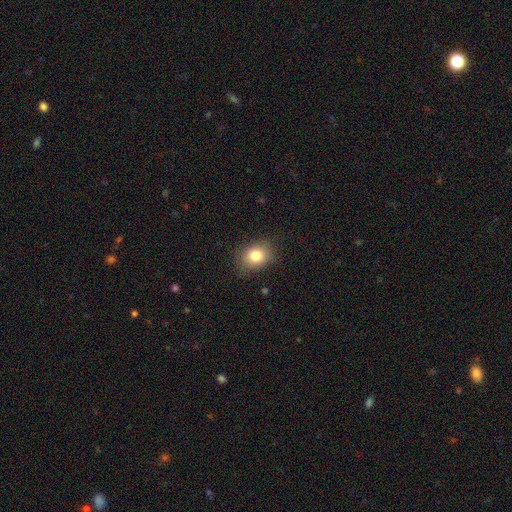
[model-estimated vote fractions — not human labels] This appears to be a smooth galaxy with no disk features (81%) that is in between round and cigar-shaped (53%). Merging: none (81%).